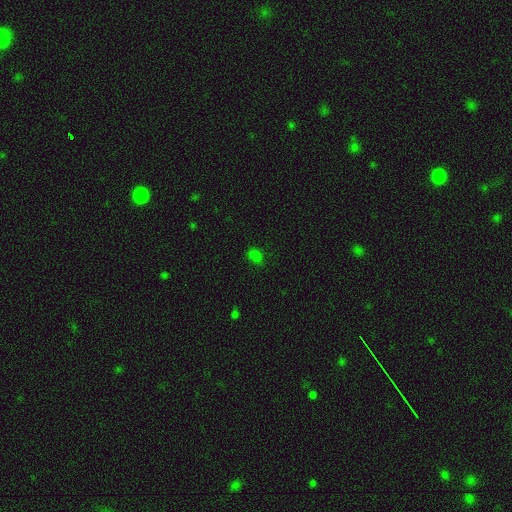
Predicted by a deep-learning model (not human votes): Smooth or featured?
  - smooth: 73% *
  - star or artifact: 23%
  - featured or disk: 4%
How rounded?
  - in between: 67% *
  - round: 31%
  - cigar-shaped: 2%
Merging?
  - none: 77% *
  - minor disturbance: 17%
  - major disturbance: 4%
  - merger: 2%